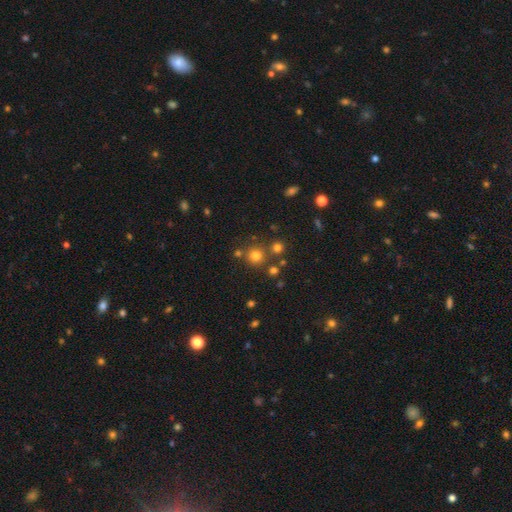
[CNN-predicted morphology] Smooth or featured? Predicted: smooth (p=0.74). How rounded? Predicted: round (p=0.93). Merging? Predicted: none (p=0.78).